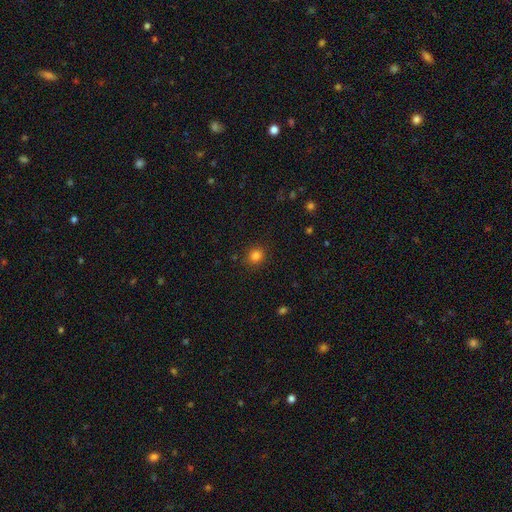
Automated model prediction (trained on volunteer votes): This appears to be a smooth galaxy with no disk features (83%) that is round (79%). Merging: none (88%).